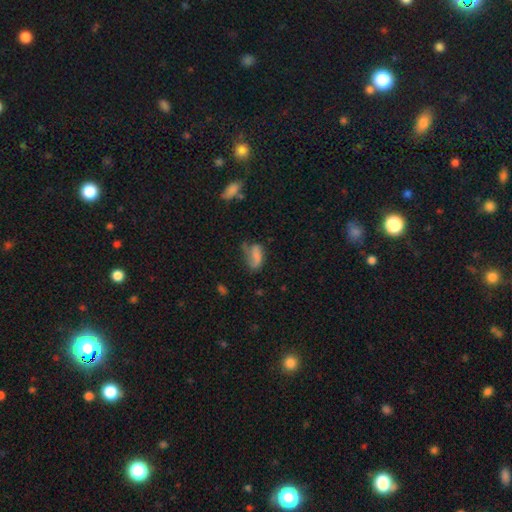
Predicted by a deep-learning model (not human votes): Smooth or featured? Predicted: smooth (p=0.61). How rounded? Predicted: in between (p=0.86). Merging? Predicted: major disturbance (p=0.34).